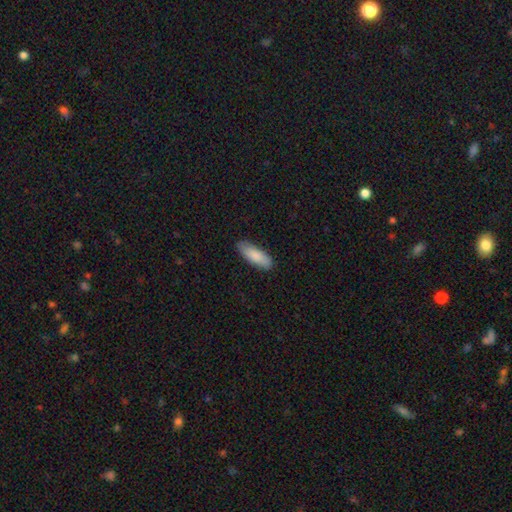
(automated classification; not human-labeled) A smooth galaxy with no disk features (84%) that is in between round and cigar-shaped (60%).

Vote fractions:
- Smooth or featured? smooth: 84% / featured or disk: 10% / star or artifact: 5%
- How rounded? in between: 60% / cigar-shaped: 38% / round: 2%
- Merging? none: 86% / minor disturbance: 11% / major disturbance: 2% / merger: 1%